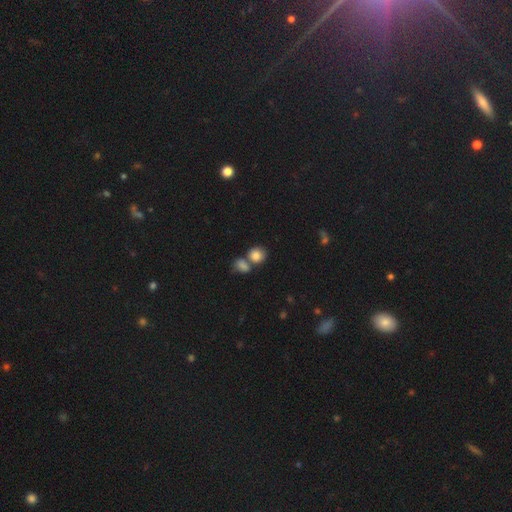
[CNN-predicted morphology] Smooth or featured: smooth — 83% (star or artifact — 10%)
How rounded: round — 72% (in between — 27%)
Merging: none — 44% (merger — 43%)